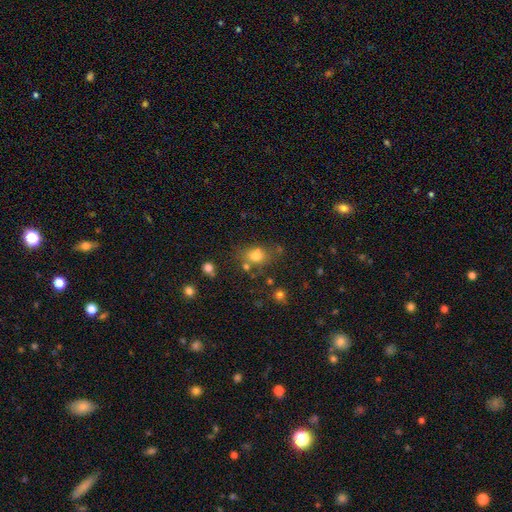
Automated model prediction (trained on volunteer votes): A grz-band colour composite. It shows a smooth galaxy with no disk features (74%) that is round (51%). Merging: none (55%).